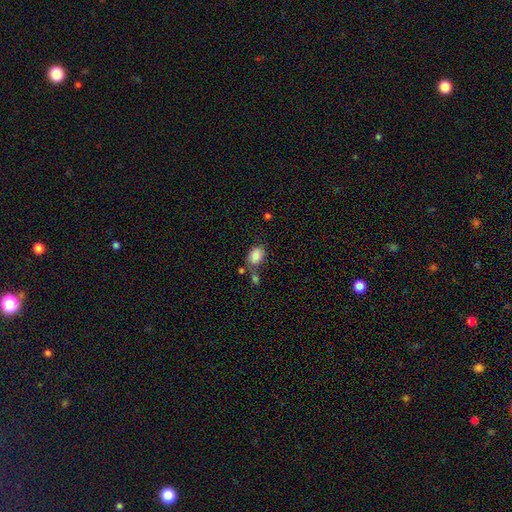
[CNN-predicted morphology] smooth_or_featured: smooth (p=0.84) [alt: star or artifact p=0.08]
how_rounded: in between (p=0.71) [alt: round p=0.28]
merging: none (p=0.59) [alt: merger p=0.20]